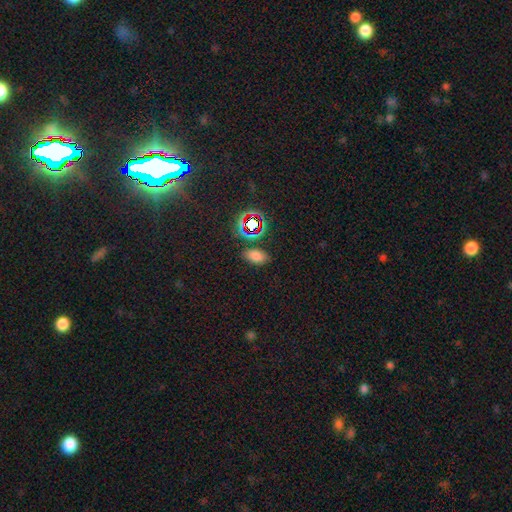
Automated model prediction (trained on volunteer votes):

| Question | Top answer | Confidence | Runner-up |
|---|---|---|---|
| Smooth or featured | smooth | 71% | star or artifact (22%) |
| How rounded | in between | 90% | round (7%) |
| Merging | none | 82% | minor disturbance (11%) |